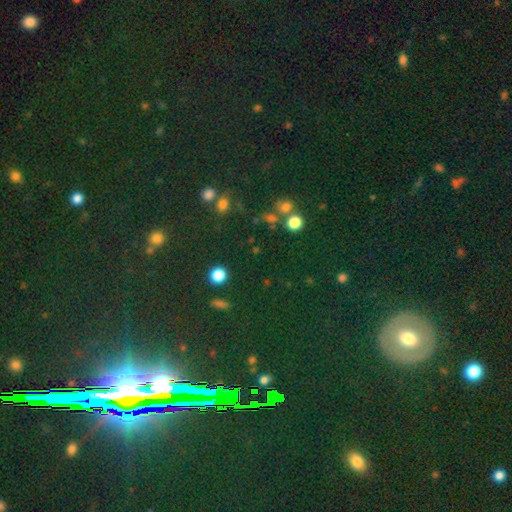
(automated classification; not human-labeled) Smooth or featured: star or artifact — 68% (smooth — 19%)